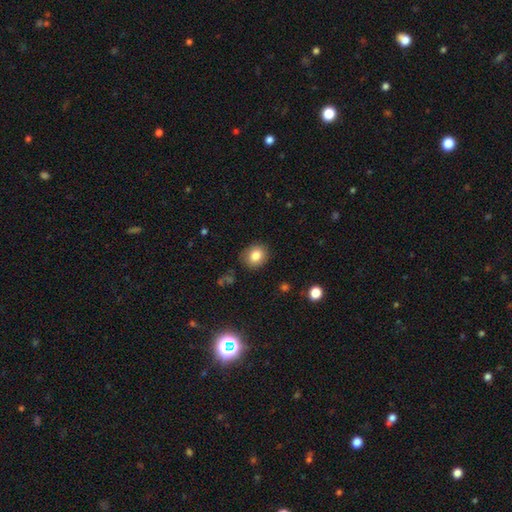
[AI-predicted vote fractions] The model was most divided on "how rounded": round: 65%, in between: 34%, cigar-shaped: 1%. More confident: merging — none (85%); smooth or featured — smooth (82%).